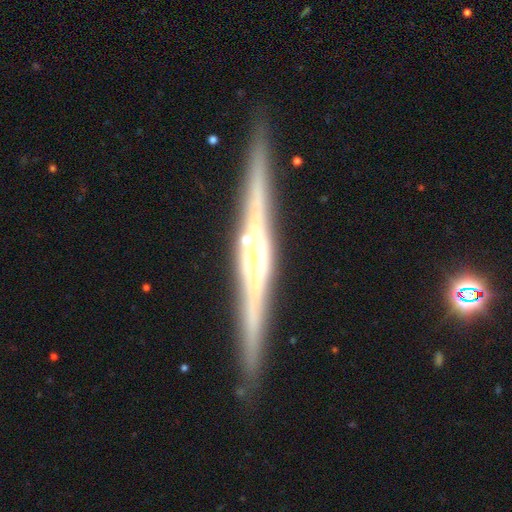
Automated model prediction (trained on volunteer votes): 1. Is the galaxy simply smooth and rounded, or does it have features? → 85% featured or disk, 8% smooth, 6% star or artifact.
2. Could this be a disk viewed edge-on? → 98% yes, 2% no.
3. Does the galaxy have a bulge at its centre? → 56% rounded, 28% boxy, 16% none.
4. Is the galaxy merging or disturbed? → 90% none, 7% minor disturbance, 2% merger, 1% major disturbance.